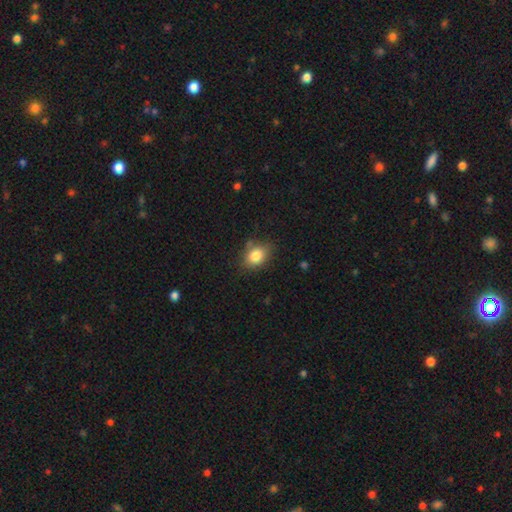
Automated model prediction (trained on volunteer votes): Smooth or featured: smooth — 82% (star or artifact — 9%)
How rounded: in between — 63% (round — 36%)
Merging: none — 71% (minor disturbance — 21%)